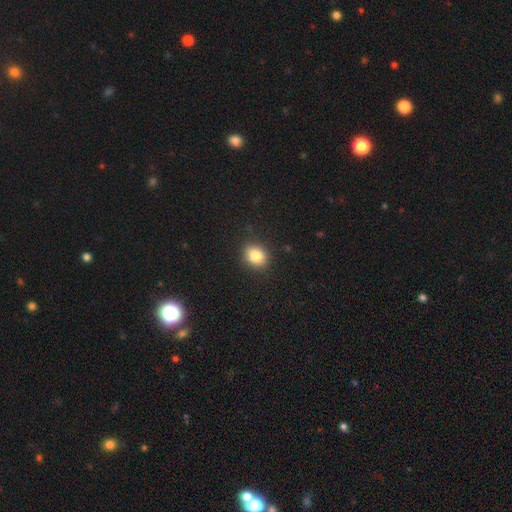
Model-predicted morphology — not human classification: type=smooth (84%); roundness=round (57%); merging=none (87%).